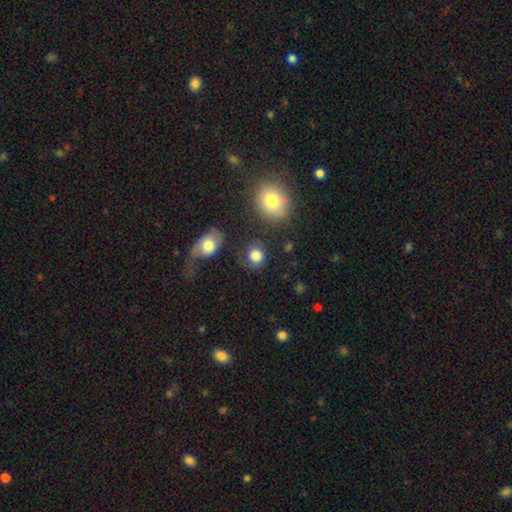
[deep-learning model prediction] smooth 84%, star or artifact 10%, featured or disk 6%. Down the decision tree: how rounded — round (74%); merging — none (74%).